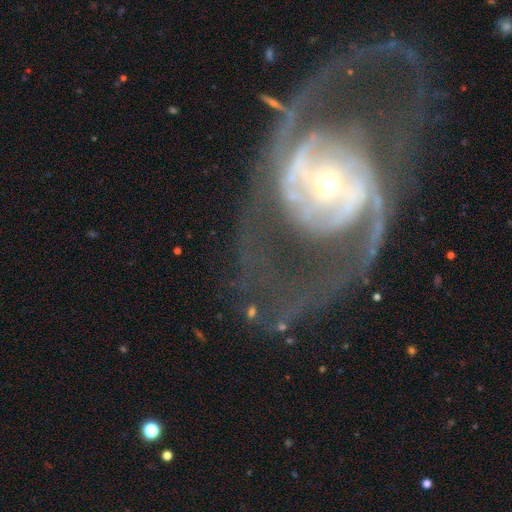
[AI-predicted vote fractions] Smooth or featured?
  - featured or disk: 87% *
  - star or artifact: 7%
  - smooth: 6%
Edge-on disk?
  - no: 96% *
  - yes: 4%
Bar?
  - no: 37% *
  - strong: 32%
  - weak: 31%
Spiral arms?
  - yes: 90% *
  - no: 10%
Spiral winding?
  - medium: 47% *
  - tight: 29%
  - loose: 24%
Spiral arm count?
  - 2: 74% *
  - can't tell: 11%
  - 3: 6%
  - 1: 4%
  - 4: 3%
  - more than 4: 3%
Bulge size?
  - small: 61% *
  - moderate: 32%
  - large: 4%
  - dominant: 2%
  - none: 1%
Merging?
  - none: 54% *
  - major disturbance: 28%
  - minor disturbance: 14%
  - merger: 4%